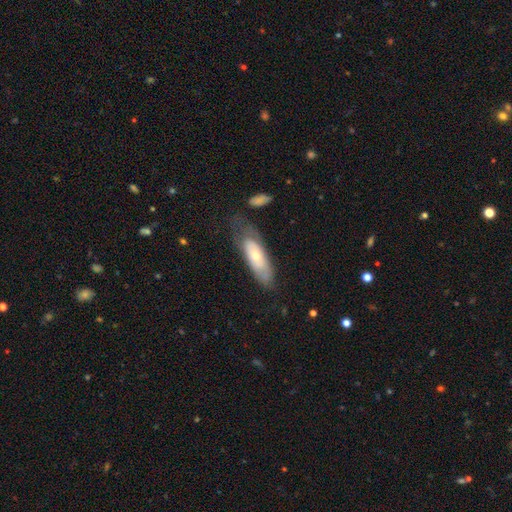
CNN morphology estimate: Q: Smooth or featured?
A: smooth (47%); tied with: featured or disk (47%)
Q: Merging?
A: none (50%); runner-up: minor disturbance (28%)